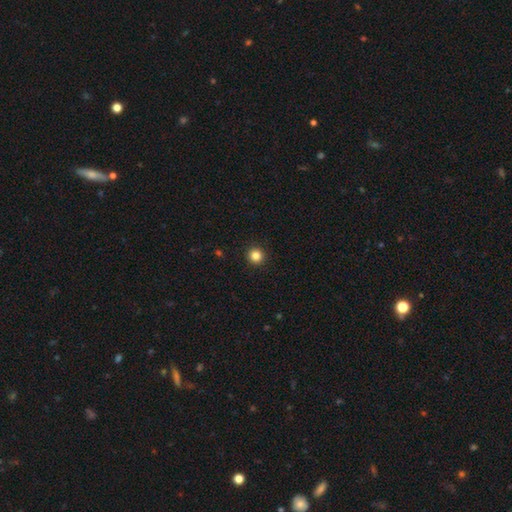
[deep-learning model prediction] A smooth galaxy with no disk features (84%) that is round (95%).

Vote fractions:
- Smooth or featured? smooth: 84% / star or artifact: 12% / featured or disk: 4%
- How rounded? round: 95% / in between: 4% / cigar-shaped: 1%
- Merging? none: 93% / minor disturbance: 4% / major disturbance: 2% / merger: 1%